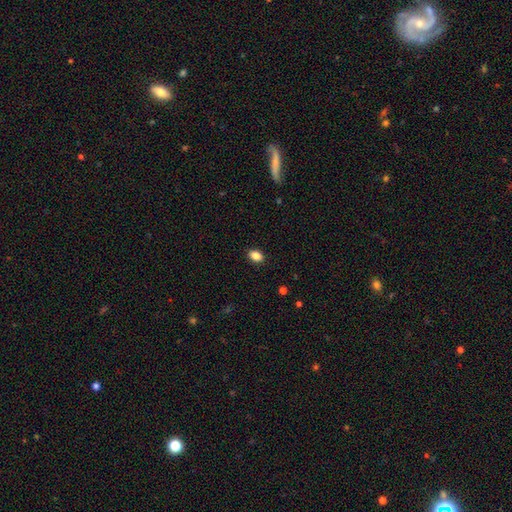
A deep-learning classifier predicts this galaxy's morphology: type=smooth (86%); roundness=in between (81%); merging=none (90%).